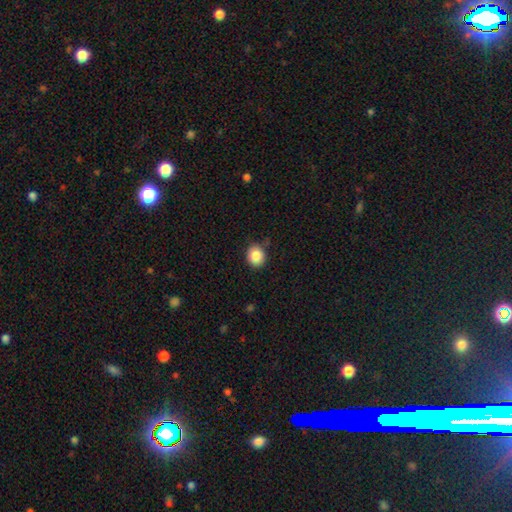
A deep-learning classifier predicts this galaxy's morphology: A smooth galaxy with no disk features (85%) that is round (74%). Merging: none (82%).